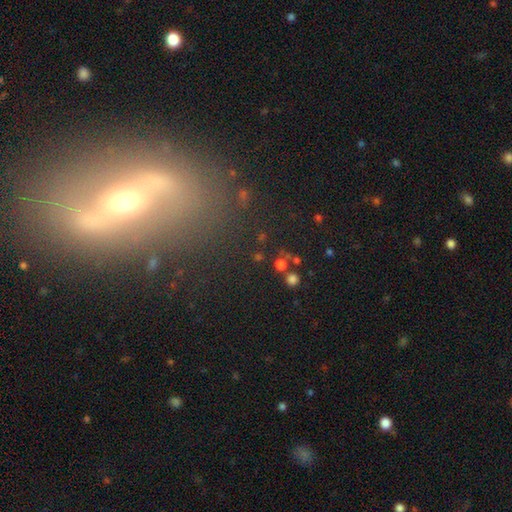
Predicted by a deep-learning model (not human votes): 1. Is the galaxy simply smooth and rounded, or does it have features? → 73% featured or disk, 14% smooth, 12% star or artifact.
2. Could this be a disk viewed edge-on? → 84% no, 16% yes.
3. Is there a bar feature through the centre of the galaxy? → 46% strong, 29% weak, 25% no.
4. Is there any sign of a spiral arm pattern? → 65% yes, 35% no.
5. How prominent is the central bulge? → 49% moderate, 43% small, 4% large, 2% dominant, 2% none.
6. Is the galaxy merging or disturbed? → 74% none, 13% minor disturbance, 8% major disturbance, 5% merger.